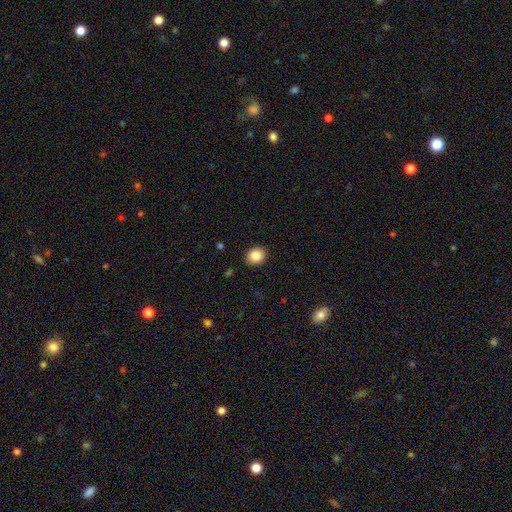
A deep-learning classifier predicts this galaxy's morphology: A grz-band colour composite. It shows a smooth galaxy with no disk features (85%) that is round (61%). Merging: none (90%).